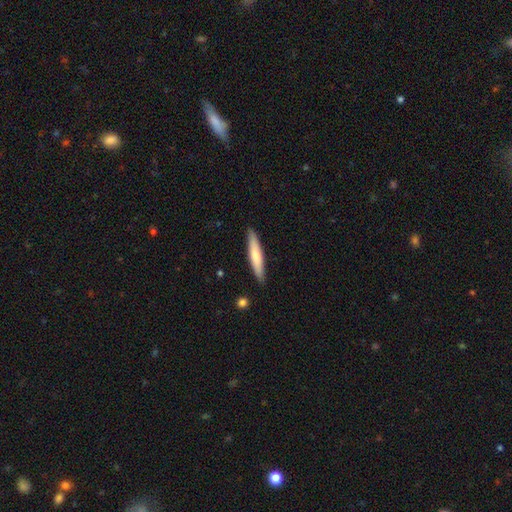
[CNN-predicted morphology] This appears to be a smooth galaxy with no disk features (70%) that is cigar-shaped (91%). Merging: none (89%).